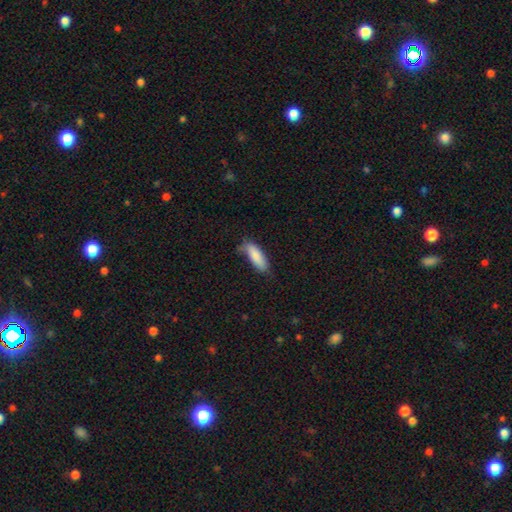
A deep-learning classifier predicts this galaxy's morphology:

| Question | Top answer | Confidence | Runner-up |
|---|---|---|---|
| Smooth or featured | smooth | 84% | featured or disk (10%) |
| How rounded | in between | 60% | cigar-shaped (39%) |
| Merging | none | 63% | minor disturbance (29%) |